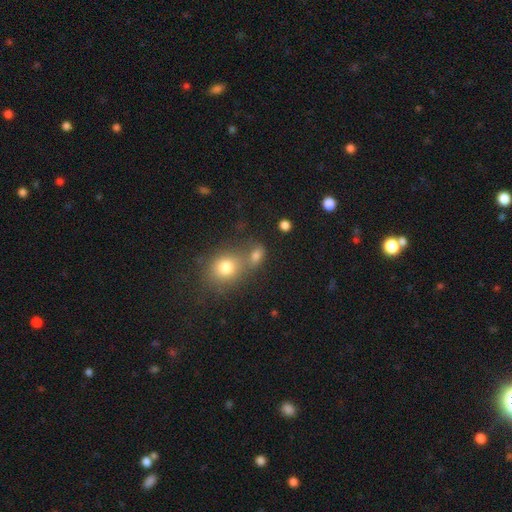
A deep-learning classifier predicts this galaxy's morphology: Q: Smooth or featured?
A: smooth (76%); runner-up: star or artifact (15%)
Q: How rounded?
A: in between (63%); runner-up: round (34%)
Q: Merging?
A: none (45%); runner-up: merger (38%)